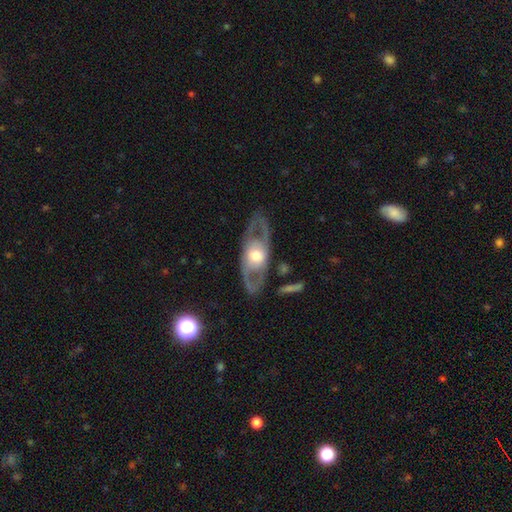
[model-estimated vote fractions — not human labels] Overall: featured or disk (72%). Edge-on disk: no (82%). Bar: no (73%). Spiral arms: no (58%; yes 42%). Bulge size: moderate (61%; large 29%). Merging: none (78%).